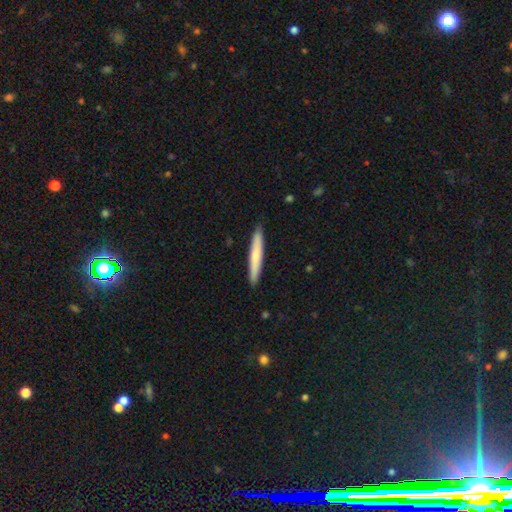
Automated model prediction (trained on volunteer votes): A smooth galaxy with no disk features (66%) that is cigar-shaped (95%). Merging: none (90%).